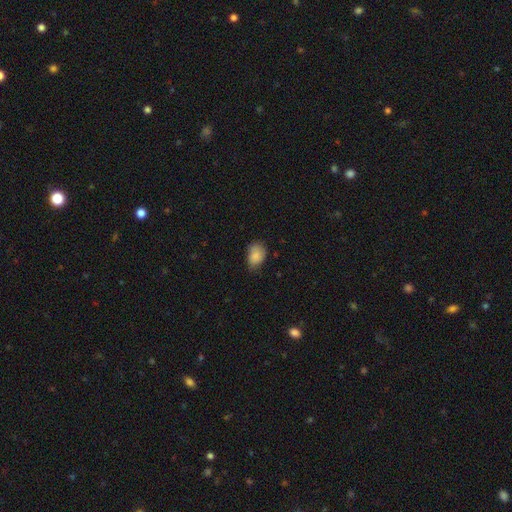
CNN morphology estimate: This appears to be a smooth galaxy with no disk features (83%) that is in between round and cigar-shaped (74%). Merging: none (60%).